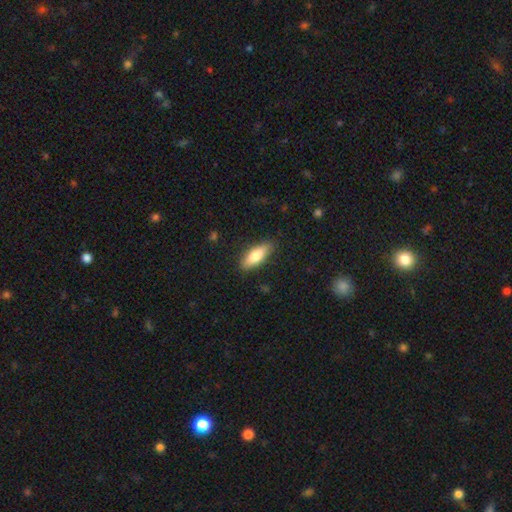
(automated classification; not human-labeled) smooth_or_featured: smooth (p=0.75) [alt: featured or disk p=0.19]
how_rounded: in between (p=0.65) [alt: cigar-shaped p=0.33]
merging: none (p=0.86) [alt: minor disturbance p=0.11]